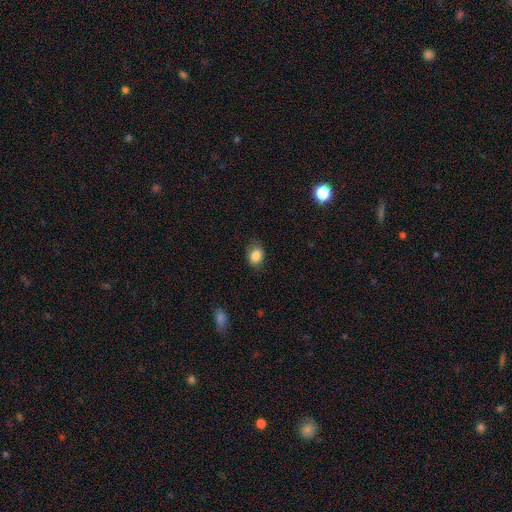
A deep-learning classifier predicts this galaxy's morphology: This appears to be a smooth galaxy with no disk features (85%) that is in between round and cigar-shaped (70%). Merging: none (75%).